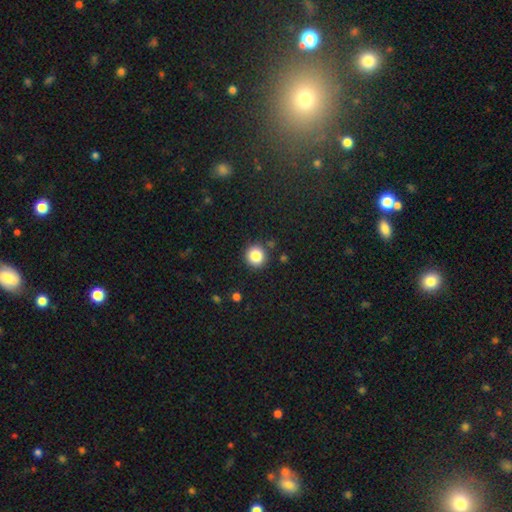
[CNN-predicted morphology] The model was most divided on "smooth or featured": smooth: 85%, star or artifact: 10%, featured or disk: 5%. More confident: how rounded — round (92%); merging — none (89%).